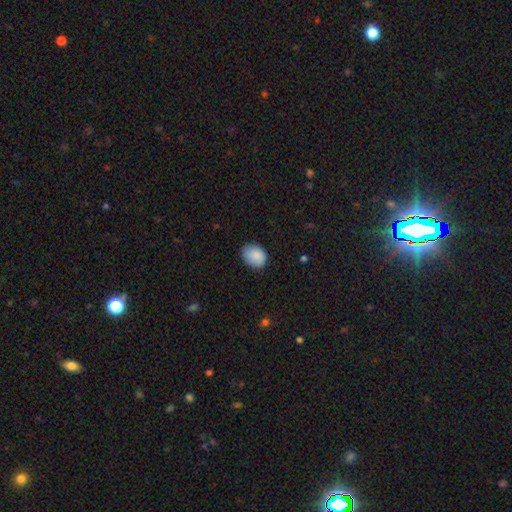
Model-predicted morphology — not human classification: Smooth or featured? smooth (86%)
How rounded? in between (57%)
Merging? none (76%)